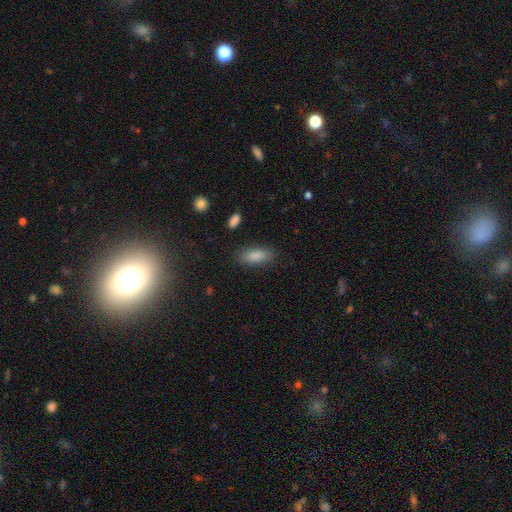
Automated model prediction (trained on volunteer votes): Overall: smooth (86%). How rounded: in between (78%). Merging: none (85%).